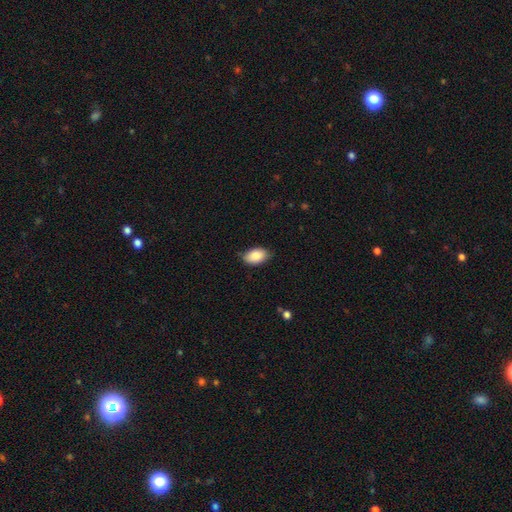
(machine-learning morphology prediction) This appears to be a smooth galaxy with no disk features (88%) that is in between round and cigar-shaped (92%). Merging: none (77%).